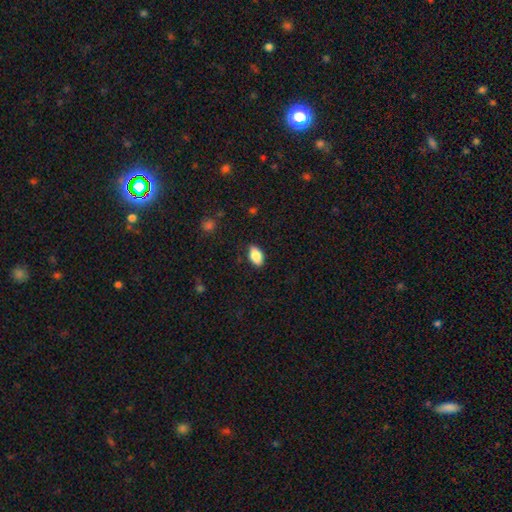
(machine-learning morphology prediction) A smooth galaxy with no disk features (85%) that is in between round and cigar-shaped (91%).

Vote fractions:
- Smooth or featured? smooth: 85% / featured or disk: 8% / star or artifact: 7%
- How rounded? in between: 91% / round: 6% / cigar-shaped: 3%
- Merging? none: 81% / minor disturbance: 14% / major disturbance: 3% / merger: 1%